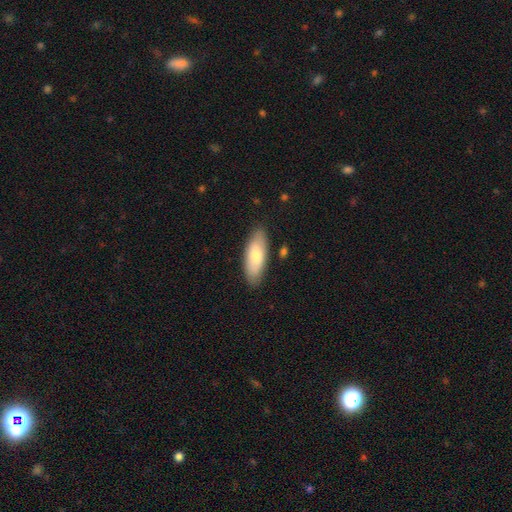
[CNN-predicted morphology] Smooth or featured?
  - smooth: 72% *
  - featured or disk: 22%
  - star or artifact: 6%
How rounded?
  - in between: 79% *
  - cigar-shaped: 19%
  - round: 2%
Merging?
  - none: 84% *
  - minor disturbance: 12%
  - major disturbance: 2%
  - merger: 2%